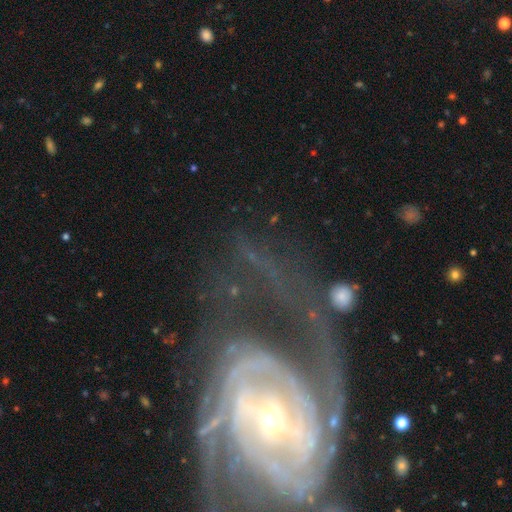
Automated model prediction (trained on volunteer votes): This appears to be a featured or disk galaxy (82%) with no bar (44%), 2 (32%) tight (54%) spiral arms (85%) and a small central bulge (69%). Merging: none (44%).